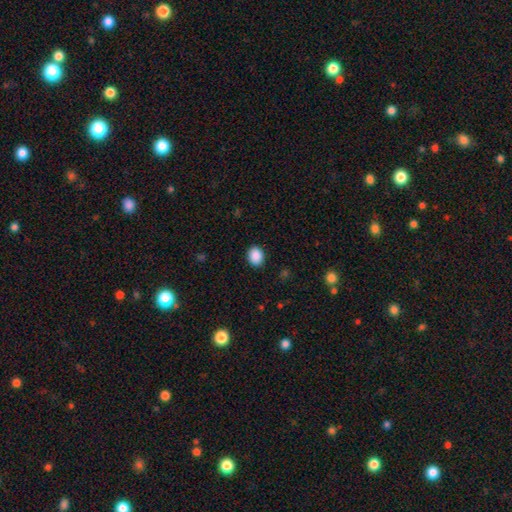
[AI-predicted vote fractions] smooth_or_featured: smooth (p=0.89) [alt: star or artifact p=0.08]
how_rounded: in between (p=0.54) [alt: round p=0.46]
merging: none (p=0.90) [alt: minor disturbance p=0.07]